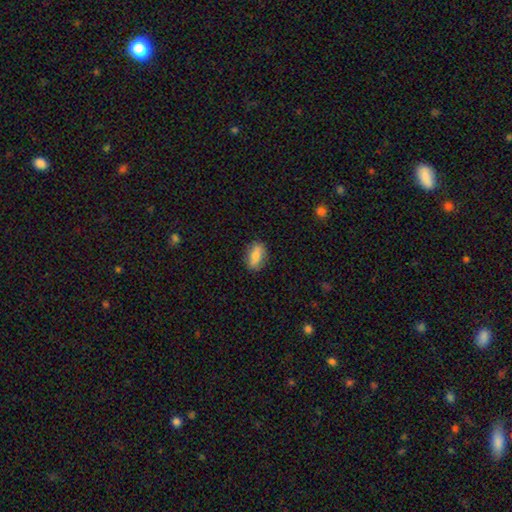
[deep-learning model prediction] The model was most divided on "smooth or featured": smooth: 75%, featured or disk: 18%, star or artifact: 7%. More confident: merging — none (84%); how rounded — in between (79%).